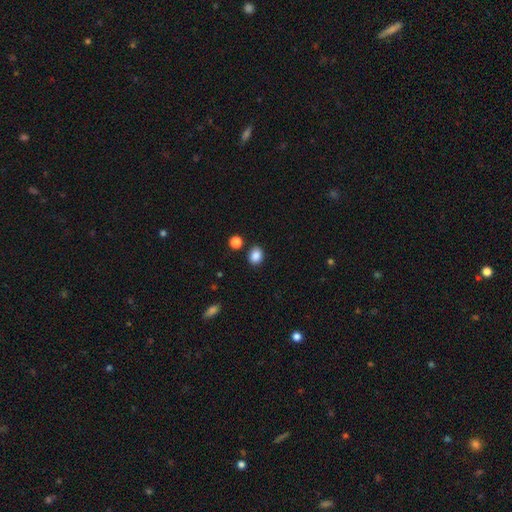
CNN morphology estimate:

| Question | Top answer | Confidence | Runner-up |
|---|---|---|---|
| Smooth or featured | smooth | 87% | star or artifact (10%) |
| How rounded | in between | 50% | round (49%) |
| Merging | none | 83% | minor disturbance (9%) |